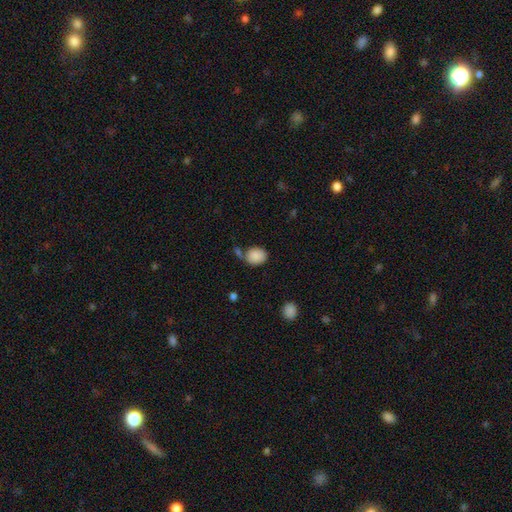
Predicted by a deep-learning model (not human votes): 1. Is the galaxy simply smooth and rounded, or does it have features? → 88% smooth, 8% star or artifact, 4% featured or disk.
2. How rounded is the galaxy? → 56% round, 43% in between, 1% cigar-shaped.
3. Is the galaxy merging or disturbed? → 63% none, 17% minor disturbance, 15% merger, 5% major disturbance.